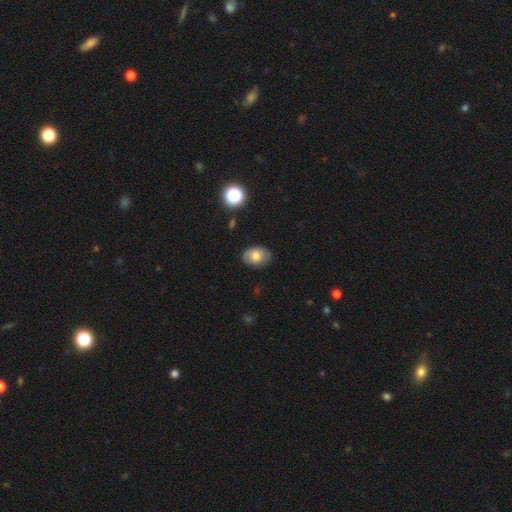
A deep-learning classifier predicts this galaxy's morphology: Overall: smooth (68%). How rounded: in between (72%). Merging: none (79%).